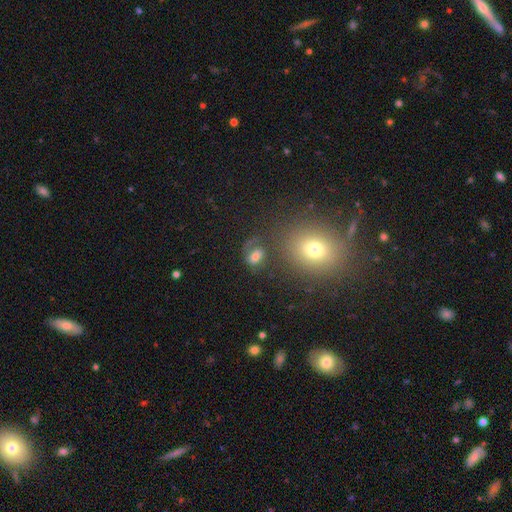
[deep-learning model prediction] Smooth or featured? Predicted: smooth (p=0.52). How rounded? Predicted: in between (p=0.56). Merging? Predicted: none (p=0.52).